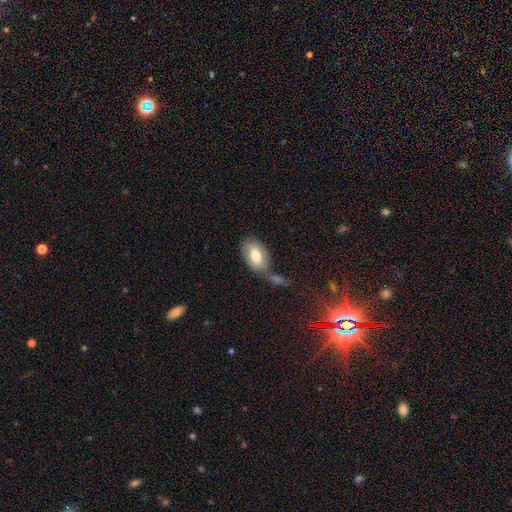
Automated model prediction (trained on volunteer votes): Q: Smooth or featured?
A: smooth (72%); runner-up: featured or disk (21%)
Q: How rounded?
A: in between (92%); runner-up: round (6%)
Q: Merging?
A: none (48%); runner-up: merger (25%)